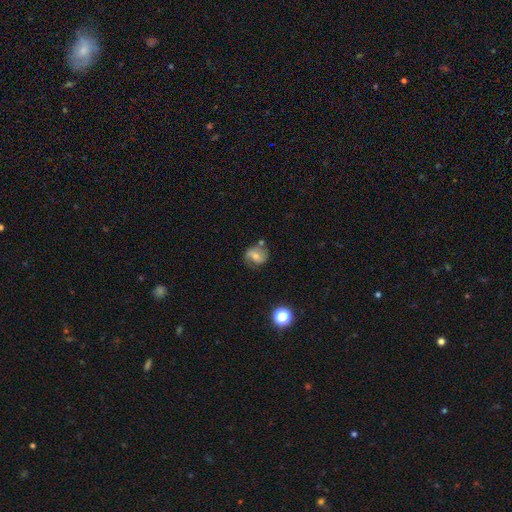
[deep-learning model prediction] Q: Smooth or featured?
A: featured or disk (47%); runner-up: smooth (42%)
Q: Merging?
A: none (62%); runner-up: minor disturbance (21%)